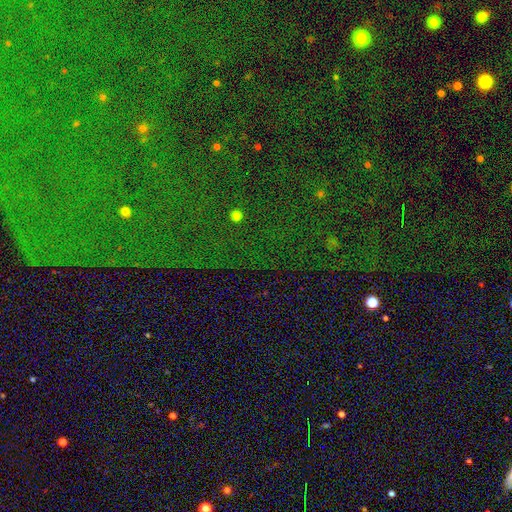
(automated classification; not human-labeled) A star or artifact, not a galaxy (84%).